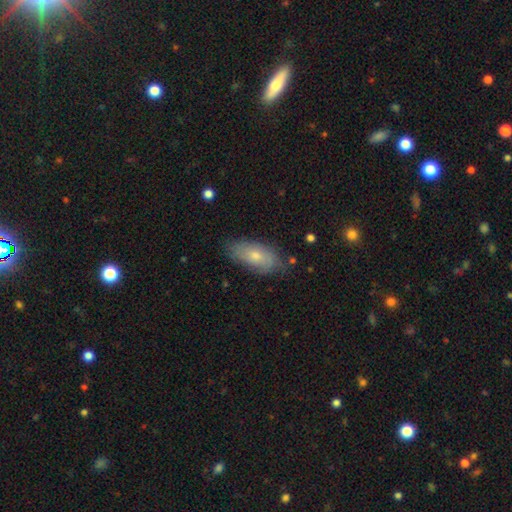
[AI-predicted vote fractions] smooth_or_featured: smooth (p=0.64) [alt: featured or disk p=0.28]
how_rounded: in between (p=0.84) [alt: cigar-shaped p=0.13]
merging: none (p=0.77) [alt: minor disturbance p=0.18]